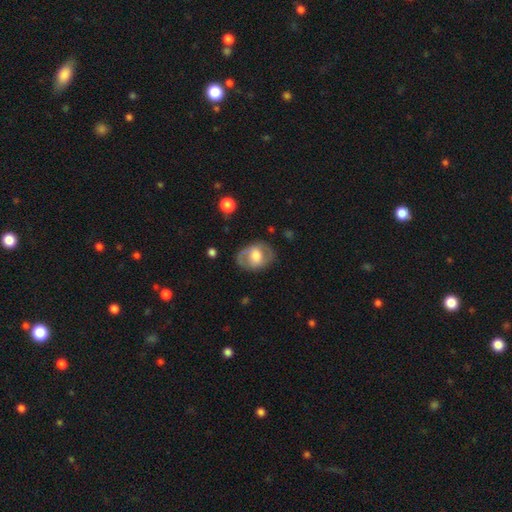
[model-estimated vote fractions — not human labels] Morphology: type=featured or disk (56%); edge-on=no (94%); bar=no (53%); spiral arms=yes (51%); bulge=moderate (43%); merging=none (75%).